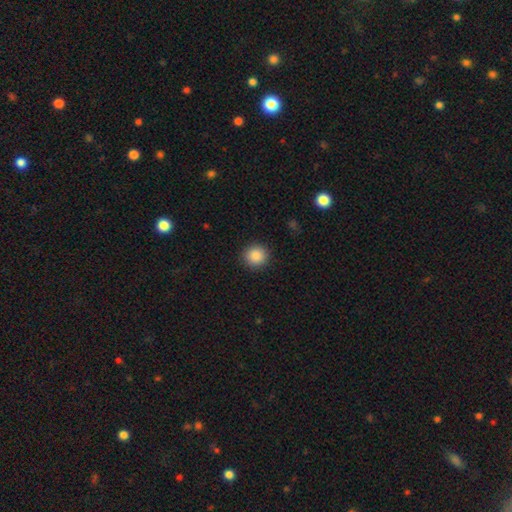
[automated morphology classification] Overall: smooth (88%). How rounded: round (92%). Merging: none (91%).